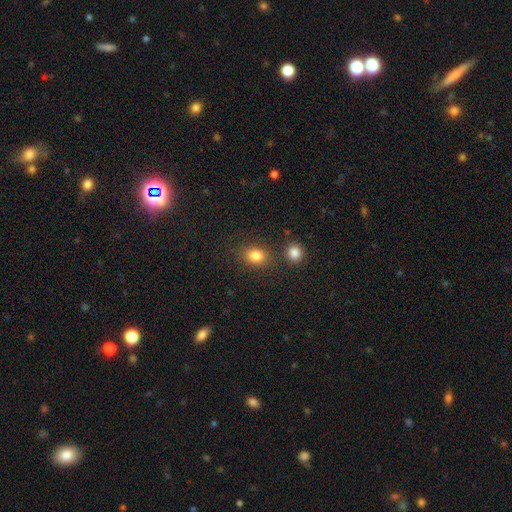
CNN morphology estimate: Smooth or featured: smooth — 83% (star or artifact — 11%)
How rounded: in between — 52% (round — 47%)
Merging: none — 76% (minor disturbance — 11%)